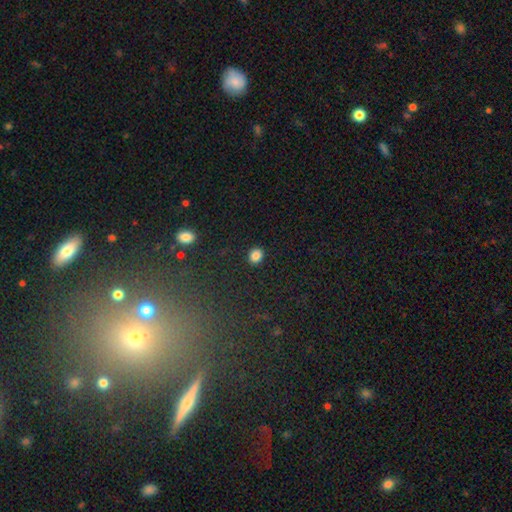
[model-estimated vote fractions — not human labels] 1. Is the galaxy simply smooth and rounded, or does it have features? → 85% smooth, 11% star or artifact, 4% featured or disk.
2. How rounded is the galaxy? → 73% round, 26% in between, 1% cigar-shaped.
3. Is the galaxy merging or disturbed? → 91% none, 6% minor disturbance, 2% major disturbance, 1% merger.